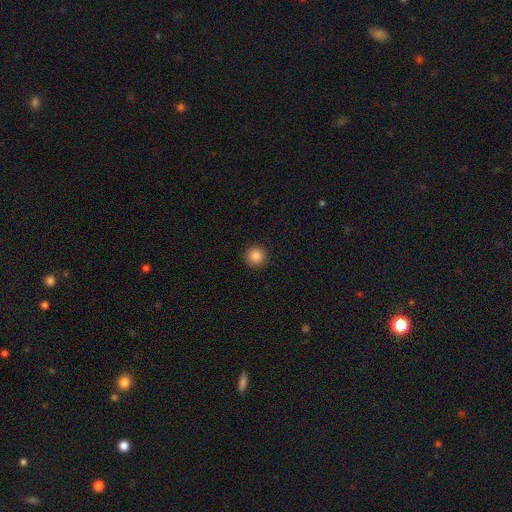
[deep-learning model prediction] The model was most divided on "smooth or featured": smooth: 86%, star or artifact: 10%, featured or disk: 4%. More confident: how rounded — round (95%); merging — none (93%).